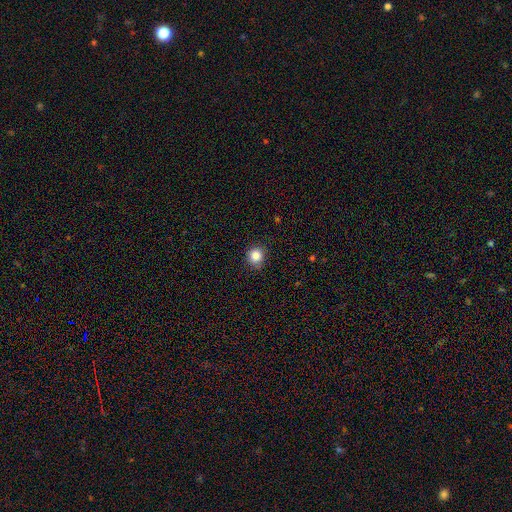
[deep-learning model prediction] smooth_or_featured: smooth (p=0.85) [alt: star or artifact p=0.11]
how_rounded: round (p=0.90) [alt: in between p=0.09]
merging: none (p=0.85) [alt: minor disturbance p=0.11]